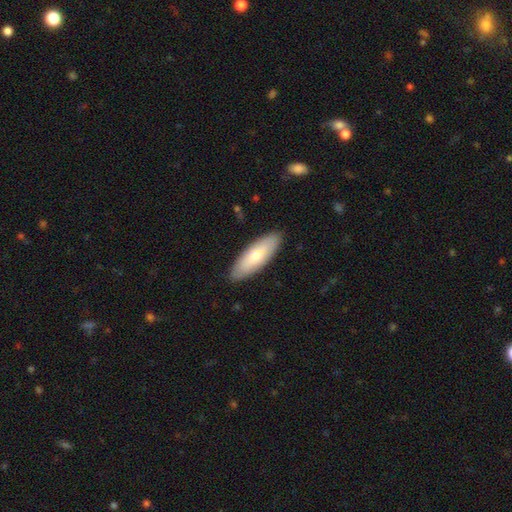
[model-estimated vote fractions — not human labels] Smooth or featured? smooth (73%)
How rounded? in between (62%)
Merging? none (89%)